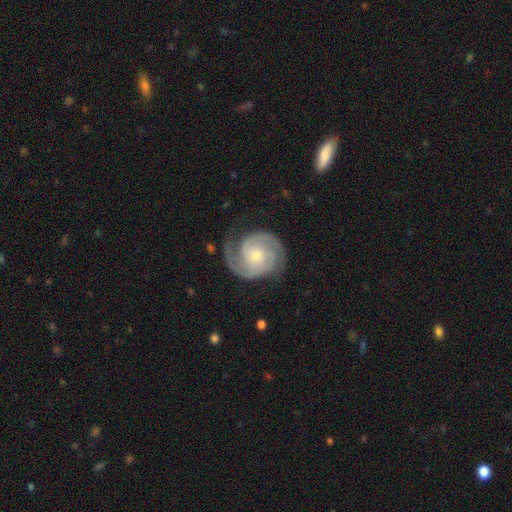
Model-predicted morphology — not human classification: Overall: featured or disk (90%). Edge-on disk: no (98%). Bar: no (70%). Spiral arms: yes (98%). Spiral arm count: 2 (71%). Spiral winding: tight (59%; medium 35%). Bulge size: small (66%; moderate 28%). Merging: none (74%).